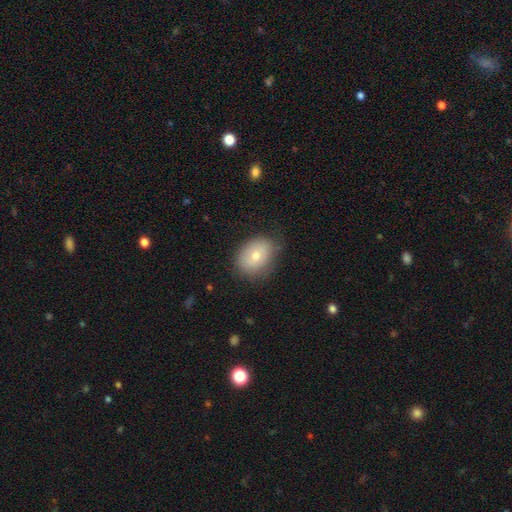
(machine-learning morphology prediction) This is likely a smooth galaxy (74%). How rounded: likely in between (65%). Merging: likely none (74%).